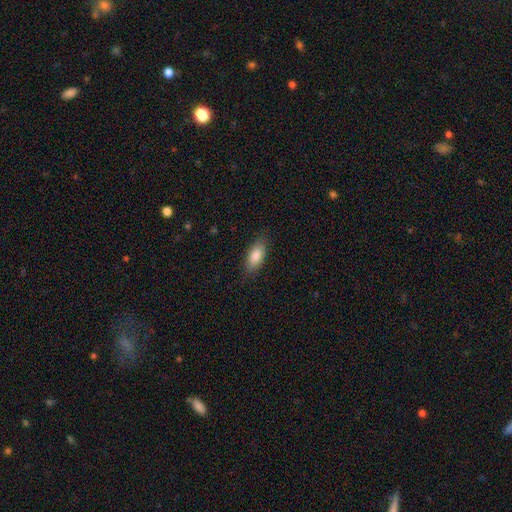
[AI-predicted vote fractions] Q: Smooth or featured?
A: smooth (85%); runner-up: featured or disk (9%)
Q: How rounded?
A: in between (84%); runner-up: cigar-shaped (13%)
Q: Merging?
A: none (83%); runner-up: minor disturbance (13%)